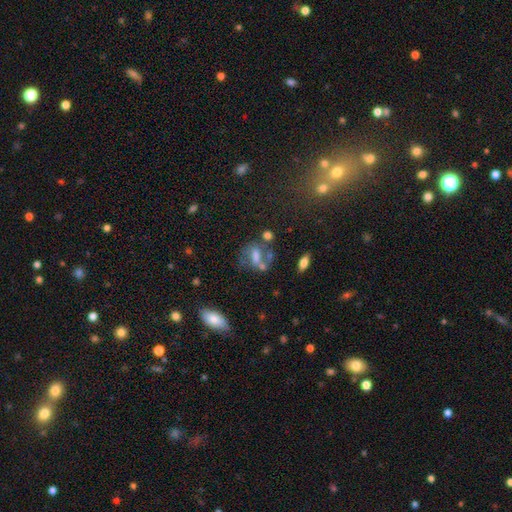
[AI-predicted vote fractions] smooth-or-featured: smooth: 46% | featured or disk: 37% | star or artifact: 17%
  merging: none: 40% | merger: 22% | minor disturbance: 20% | major disturbance: 18%